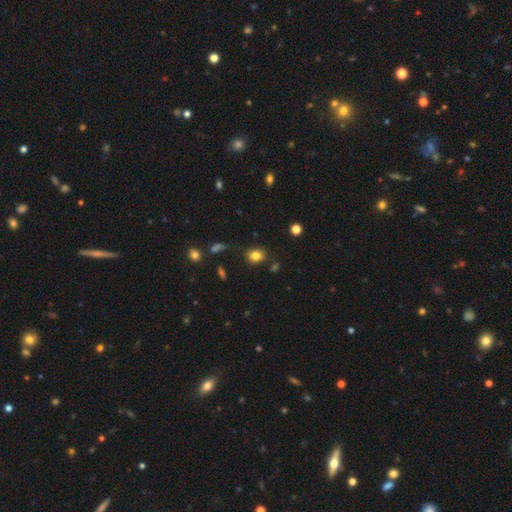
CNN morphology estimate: This is clearly a smooth galaxy (82%). How rounded: possibly round (51%). Merging: clearly none (81%).